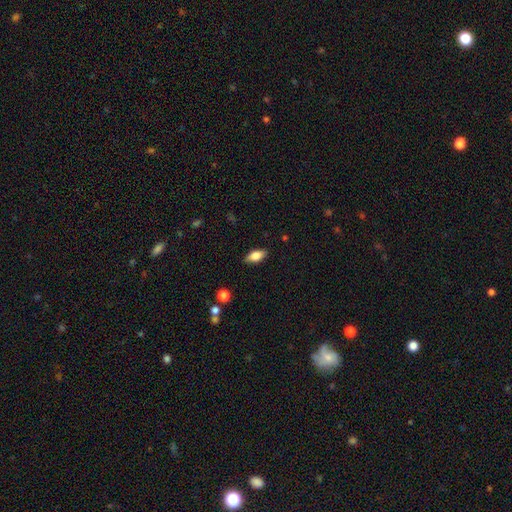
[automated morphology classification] The model was most divided on "smooth or featured": smooth: 74%, featured or disk: 18%, star or artifact: 7%. More confident: merging — none (86%); how rounded — in between (85%).